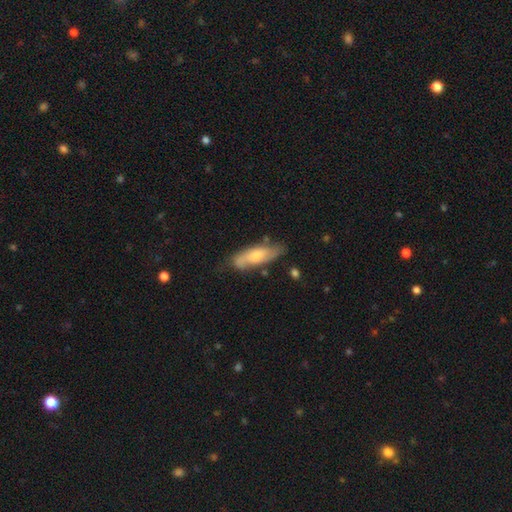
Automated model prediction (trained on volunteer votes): smooth_or_featured: smooth (p=0.51) [alt: featured or disk p=0.43]
how_rounded: in between (p=0.58) [alt: cigar-shaped p=0.40]
merging: none (p=0.63) [alt: minor disturbance p=0.25]